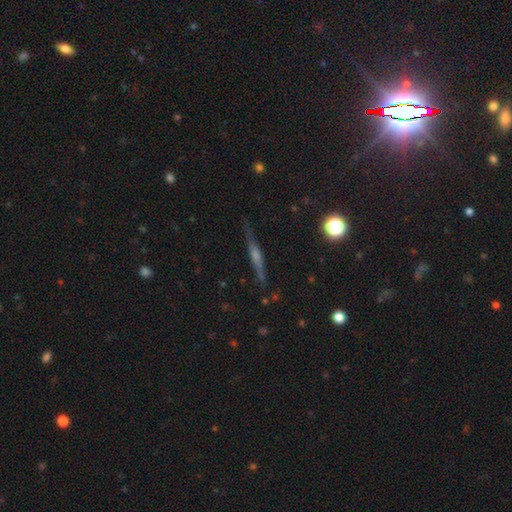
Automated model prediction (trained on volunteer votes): smooth-or-featured: featured or disk: 65% | smooth: 24% | star or artifact: 11%
  disk-edge-on: yes: 96% | no: 4%
    edge-on-bulge: rounded: 54% | none: 26% | boxy: 20%
  merging: none: 85% | minor disturbance: 11% | major disturbance: 3% | merger: 2%